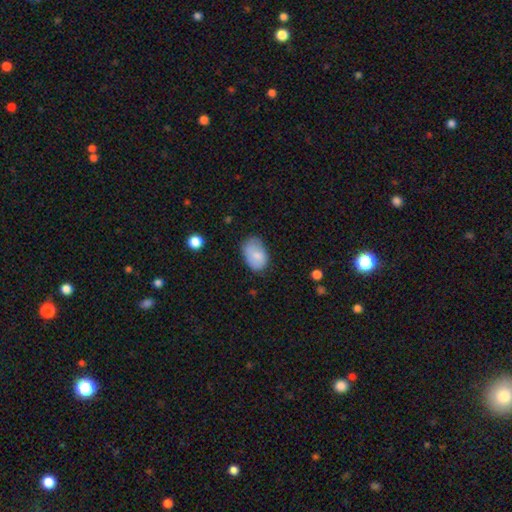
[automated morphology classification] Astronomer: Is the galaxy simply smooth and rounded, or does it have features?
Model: smooth — 80%.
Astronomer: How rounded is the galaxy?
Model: in between — 88%.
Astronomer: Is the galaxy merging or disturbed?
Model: none — 59%.